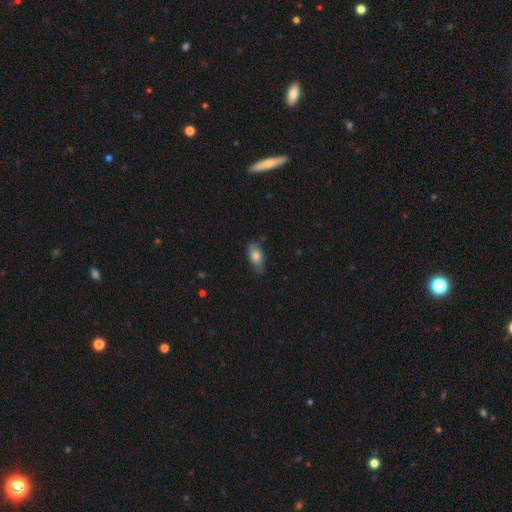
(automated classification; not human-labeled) smooth_or_featured: smooth (p=0.79) [alt: featured or disk p=0.13]
how_rounded: in between (p=0.88) [alt: cigar-shaped p=0.07]
merging: none (p=0.76) [alt: minor disturbance p=0.19]